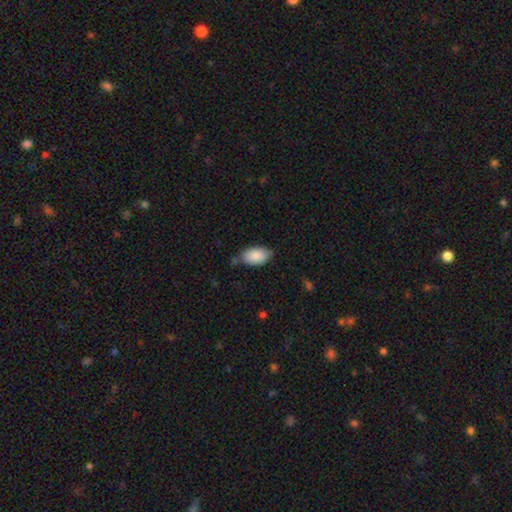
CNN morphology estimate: This is clearly a smooth galaxy (88%). How rounded: clearly in between (94%). Merging: likely none (67%).